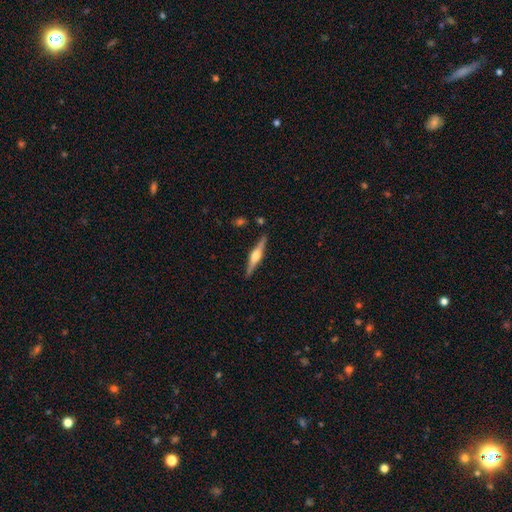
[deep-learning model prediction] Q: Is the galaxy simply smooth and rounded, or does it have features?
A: featured or disk — 74%.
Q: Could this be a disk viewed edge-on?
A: yes — 98%.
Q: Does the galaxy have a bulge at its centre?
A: rounded — 91%.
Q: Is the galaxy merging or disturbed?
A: none — 89%.